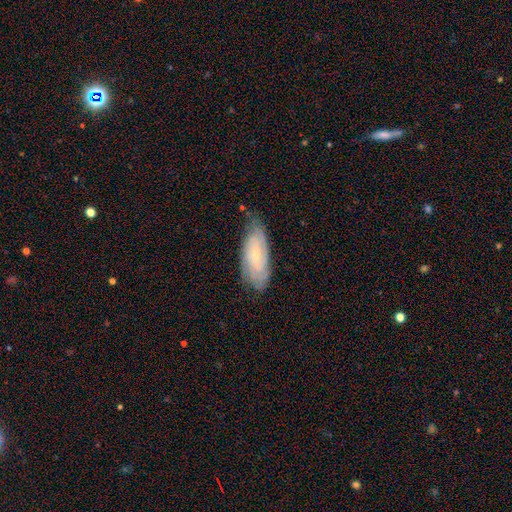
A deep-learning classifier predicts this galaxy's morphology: A featured or disk galaxy (68%) with no bar (62%), tight (65%) spiral arms (91%) and a small central bulge (75%). Merging: none (69%).